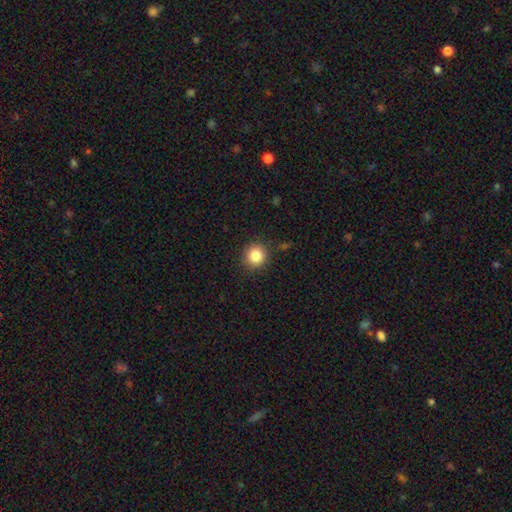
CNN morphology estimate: This is clearly a smooth galaxy (85%). How rounded: clearly round (91%). Merging: clearly none (89%).